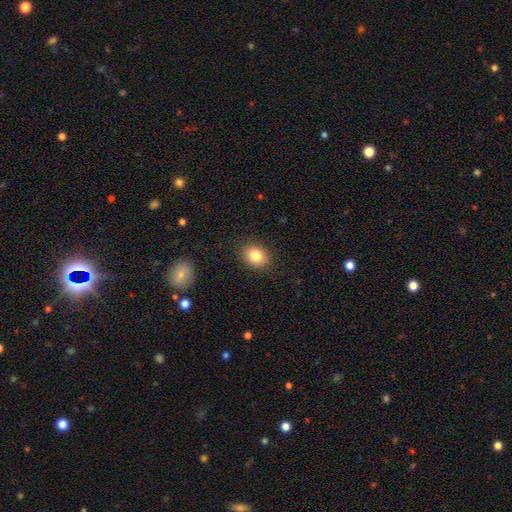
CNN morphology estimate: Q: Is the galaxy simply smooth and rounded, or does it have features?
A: smooth — 84%.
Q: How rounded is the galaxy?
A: in between — 61%.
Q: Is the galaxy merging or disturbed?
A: none — 88%.